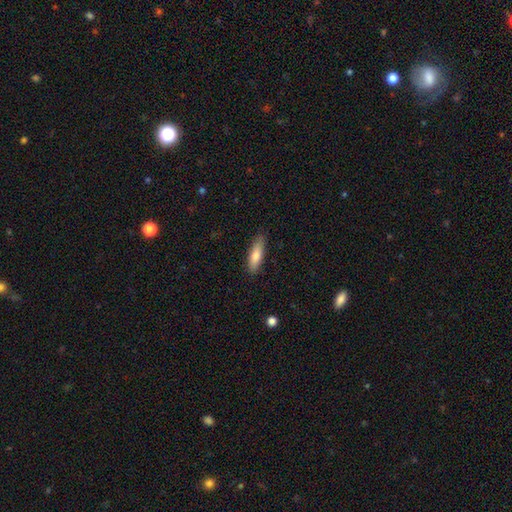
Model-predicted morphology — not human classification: Smooth or featured?
  - smooth: 79% *
  - featured or disk: 15%
  - star or artifact: 6%
How rounded?
  - cigar-shaped: 59% *
  - in between: 39%
  - round: 2%
Merging?
  - none: 84% *
  - minor disturbance: 12%
  - major disturbance: 2%
  - merger: 1%